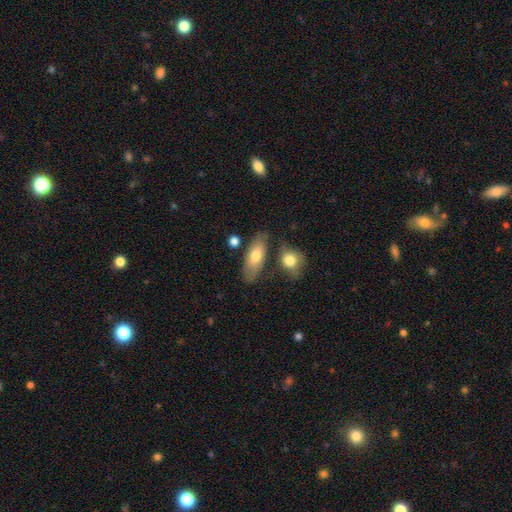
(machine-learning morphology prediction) type=smooth (71%); roundness=in between (80%); merging=none (68%).